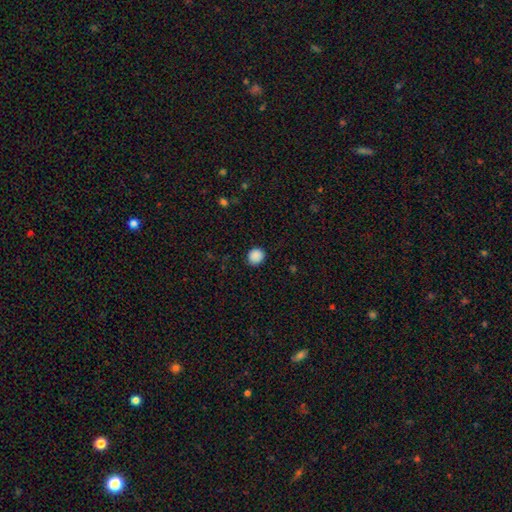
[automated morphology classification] Smooth or featured: smooth — 89% (star or artifact — 9%)
How rounded: round — 86% (in between — 14%)
Merging: none — 90% (minor disturbance — 7%)